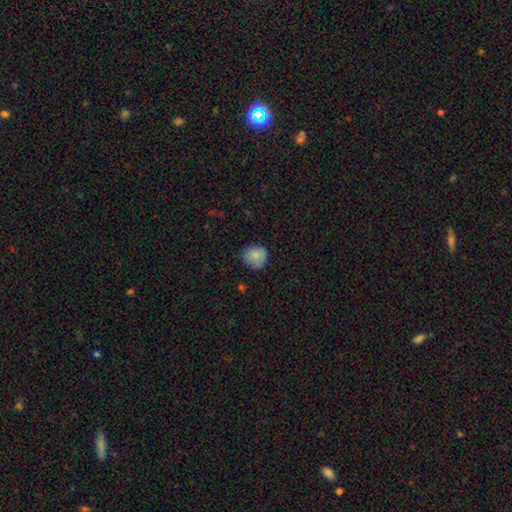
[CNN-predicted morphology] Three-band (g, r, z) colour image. It shows a smooth galaxy with no disk features (83%) that is round (85%). Merging: none (74%).